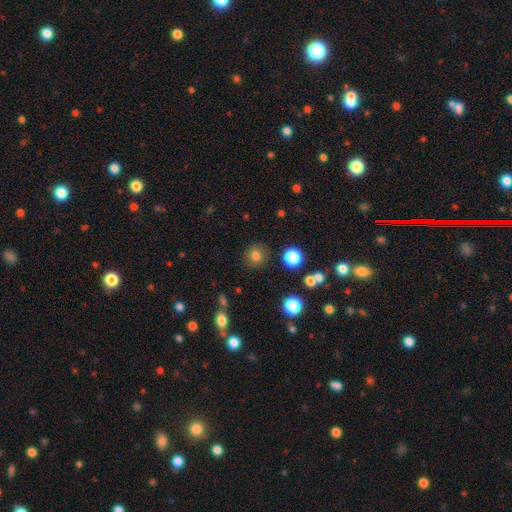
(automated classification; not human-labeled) The model was most divided on "smooth or featured": smooth: 79%, star or artifact: 14%, featured or disk: 7%. More confident: how rounded — round (88%); merging — none (85%).